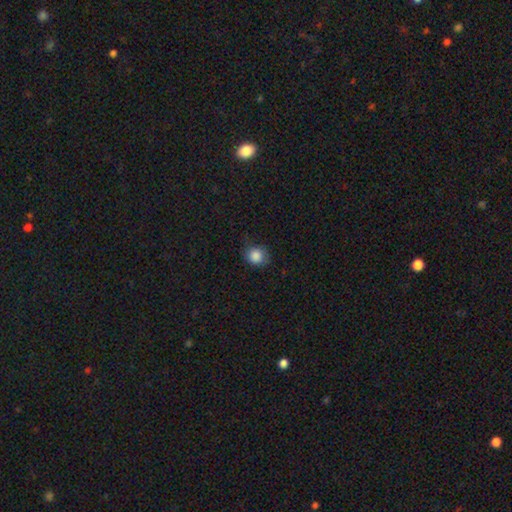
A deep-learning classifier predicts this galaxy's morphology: Smooth or featured?
  - smooth: 86% *
  - star or artifact: 10%
  - featured or disk: 4%
How rounded?
  - round: 82% *
  - in between: 17%
  - cigar-shaped: 1%
Merging?
  - none: 75% *
  - minor disturbance: 19%
  - major disturbance: 5%
  - merger: 1%